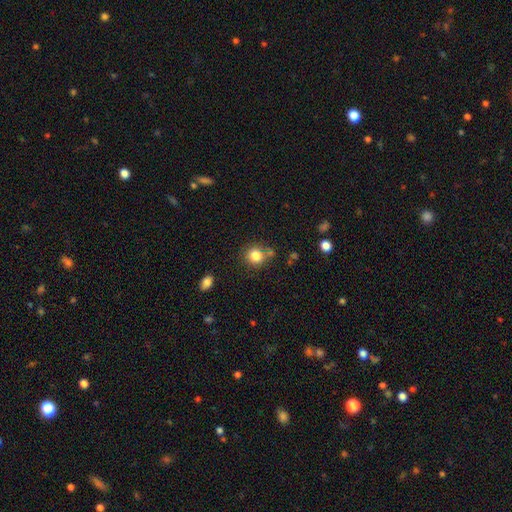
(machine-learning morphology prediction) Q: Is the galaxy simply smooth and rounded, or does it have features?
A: smooth — 83%.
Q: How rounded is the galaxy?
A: round — 86%.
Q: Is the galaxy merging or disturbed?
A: none — 74%.